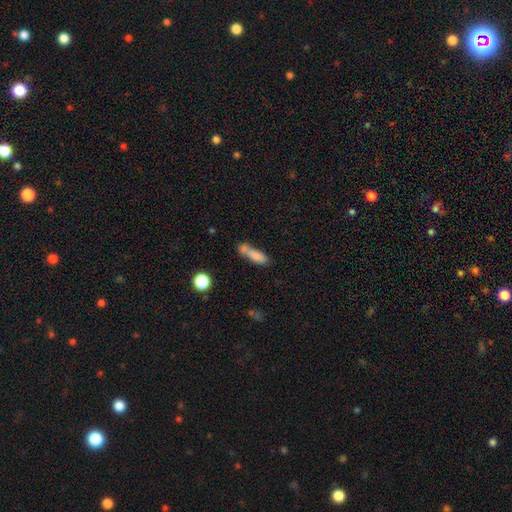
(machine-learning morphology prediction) smooth-or-featured: smooth: 77% | featured or disk: 13% | star or artifact: 9%
  how-rounded: cigar-shaped: 50% | in between: 47% | round: 3%
  merging: merger: 39% | none: 38% | minor disturbance: 16% | major disturbance: 7%